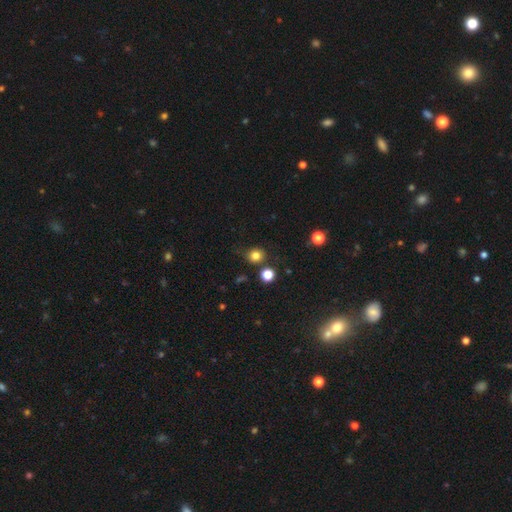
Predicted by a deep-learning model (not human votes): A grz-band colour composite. It shows a smooth galaxy with no disk features (81%) that is round (86%). Merging: none (78%).